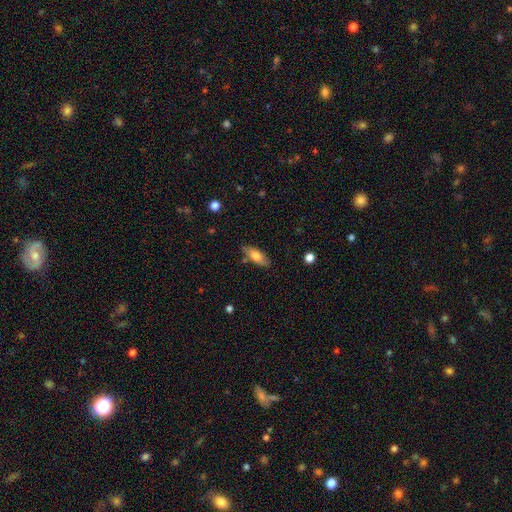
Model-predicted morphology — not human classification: Smooth or featured?
  - smooth: 69% *
  - featured or disk: 24%
  - star or artifact: 7%
How rounded?
  - in between: 73% *
  - cigar-shaped: 24%
  - round: 3%
Merging?
  - none: 78% *
  - minor disturbance: 16%
  - merger: 3%
  - major disturbance: 3%